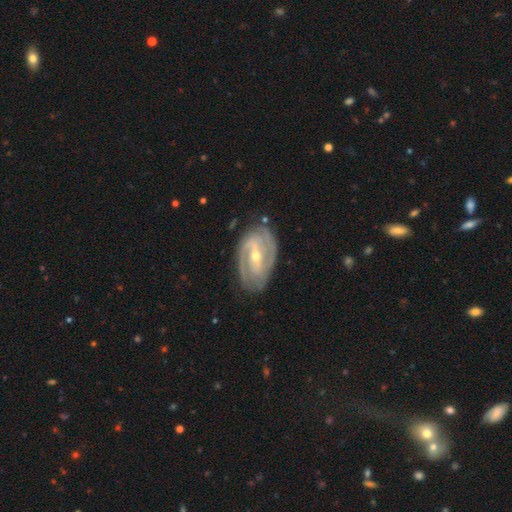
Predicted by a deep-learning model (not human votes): smooth_or_featured: featured or disk (p=0.88) [alt: smooth p=0.08]
disk_edge_on: no (p=0.95) [alt: yes p=0.05]
bar: strong (p=0.53) [alt: weak p=0.34]
has_spiral_arms: yes (p=0.94) [alt: no p=0.06]
spiral_winding: tight (p=0.52) [alt: medium p=0.37]
spiral_arm_count: 2 (p=0.75) [alt: can't tell p=0.10]
bulge_size: small (p=0.54) [alt: moderate p=0.44]
merging: none (p=0.78) [alt: minor disturbance p=0.16]